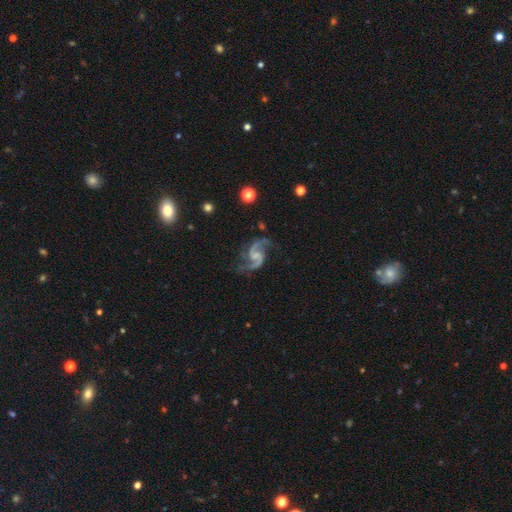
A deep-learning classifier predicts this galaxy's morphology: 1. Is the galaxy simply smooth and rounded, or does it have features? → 93% featured or disk, 4% star or artifact, 3% smooth.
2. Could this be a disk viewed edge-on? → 98% no, 2% yes.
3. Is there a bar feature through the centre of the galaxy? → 47% weak, 41% no, 12% strong.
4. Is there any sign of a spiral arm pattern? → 98% yes, 2% no.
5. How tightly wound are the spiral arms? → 50% loose, 44% medium, 7% tight.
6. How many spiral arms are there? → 94% 2, 1% can't tell, 1% 3, 1% 1, 1% 4, 1% more than 4.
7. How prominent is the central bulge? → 42% none, 38% small, 17% moderate, 2% large, 1% dominant.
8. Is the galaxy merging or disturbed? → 73% none, 16% minor disturbance, 8% major disturbance, 2% merger.